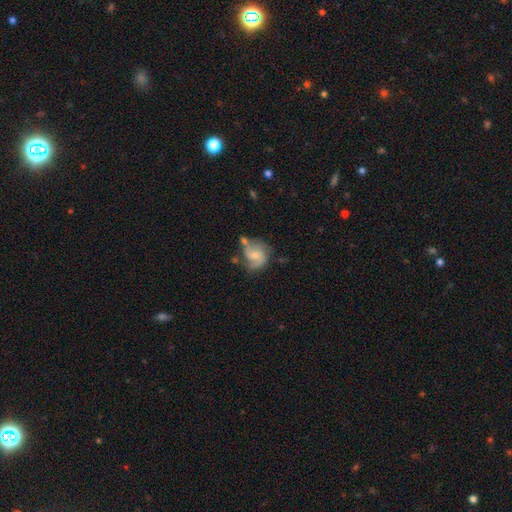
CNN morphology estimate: Smooth or featured? Predicted: featured or disk (p=0.63). Edge-on disk? Predicted: no (p=0.98). Bar? Predicted: no (p=0.62). Spiral arms? Predicted: yes (p=0.88). Spiral winding? Predicted: medium (p=0.48). Spiral arm count? Predicted: 2 (p=0.64). Bulge size? Predicted: small (p=0.47). Merging? Predicted: none (p=0.48).